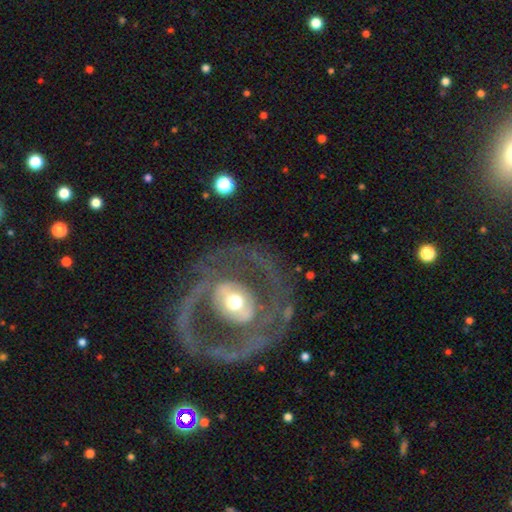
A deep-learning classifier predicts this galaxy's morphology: Smooth or featured: featured or disk — 82% (smooth — 13%)
Edge-on disk: no — 96% (yes — 4%)
Bar: no — 51% (weak — 27%)
Spiral arms: yes — 59% (no — 41%)
Bulge size: moderate — 66% (small — 17%)
Merging: none — 72% (minor disturbance — 13%)